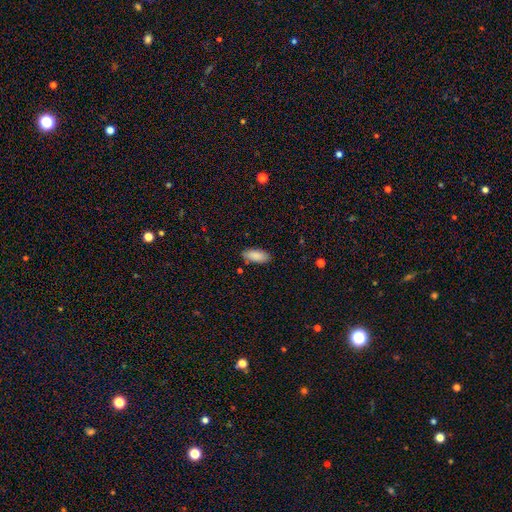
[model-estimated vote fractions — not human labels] smooth_or_featured: smooth (p=0.89) [alt: star or artifact p=0.06]
how_rounded: in between (p=0.87) [alt: cigar-shaped p=0.11]
merging: none (p=0.85) [alt: minor disturbance p=0.11]